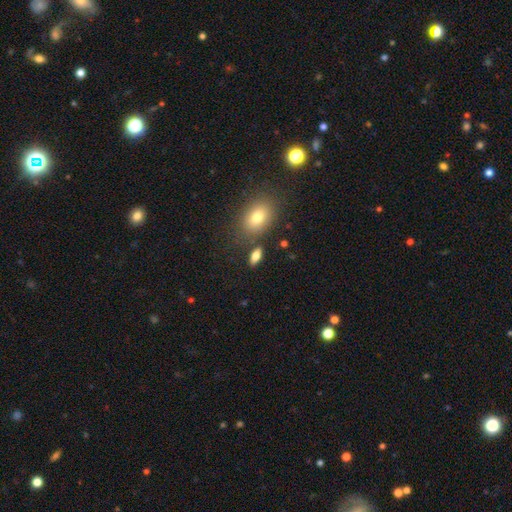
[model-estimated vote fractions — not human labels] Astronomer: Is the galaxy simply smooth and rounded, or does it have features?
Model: smooth — 76%.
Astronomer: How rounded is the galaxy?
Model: in between — 79%.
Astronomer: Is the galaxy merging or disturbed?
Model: none — 78%.